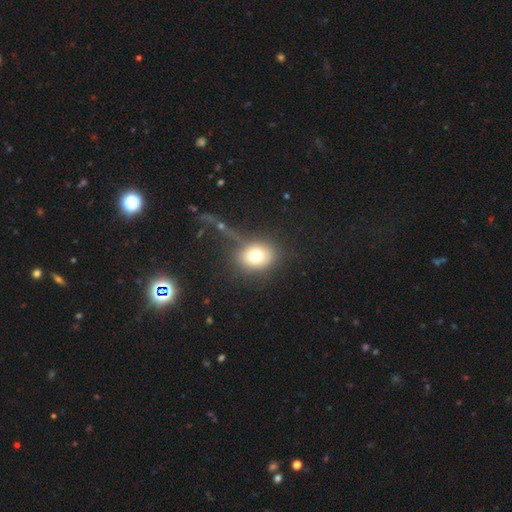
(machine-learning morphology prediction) smooth_or_featured: smooth (p=0.72) [alt: featured or disk p=0.16]
how_rounded: round (p=0.54) [alt: in between p=0.45]
merging: none (p=0.60) [alt: major disturbance p=0.18]